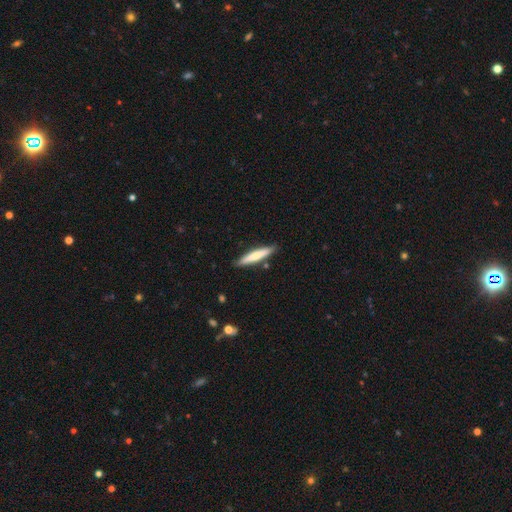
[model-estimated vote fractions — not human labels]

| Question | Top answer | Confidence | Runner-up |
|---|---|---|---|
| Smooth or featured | smooth | 64% | featured or disk (31%) |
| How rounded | cigar-shaped | 90% | in between (9%) |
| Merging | none | 86% | minor disturbance (9%) |